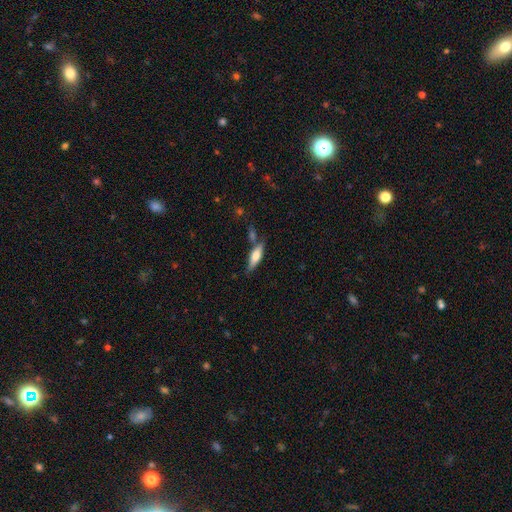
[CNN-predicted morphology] A smooth galaxy with no disk features (57%) that is cigar-shaped (57%). Merging: none (67%).